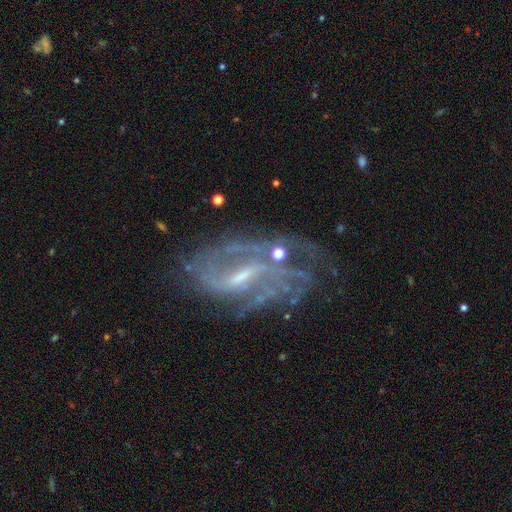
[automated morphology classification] Smooth or featured? featured or disk (83%)
Edge-on disk? no (95%)
Bar? weak (49%)
Spiral arms? yes (87%)
Spiral winding? medium (42%)
Spiral arm count? can't tell (36%)
Bulge size? small (51%)
Merging? none (47%)